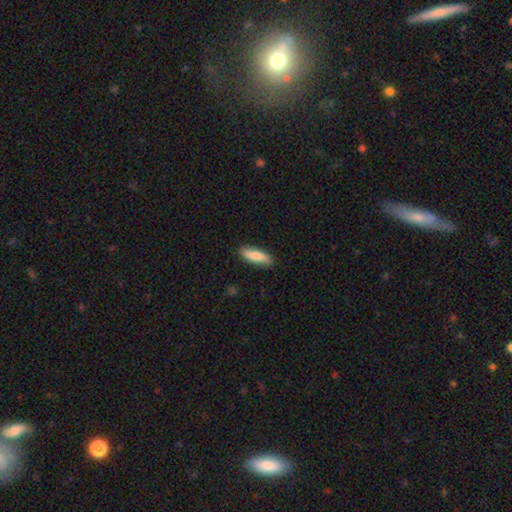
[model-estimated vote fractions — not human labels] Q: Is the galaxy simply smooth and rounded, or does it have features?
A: smooth — 80%.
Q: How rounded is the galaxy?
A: cigar-shaped — 55%.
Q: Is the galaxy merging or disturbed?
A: none — 86%.